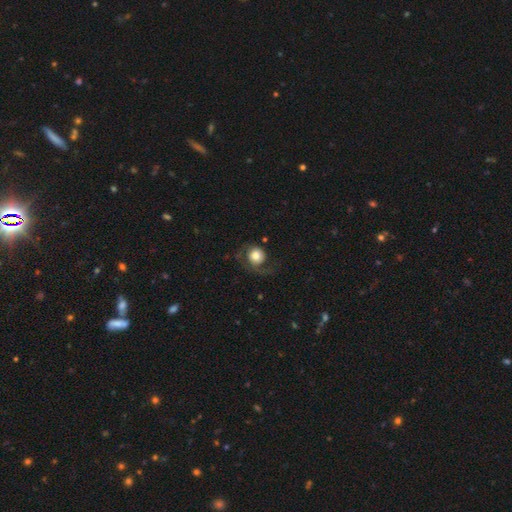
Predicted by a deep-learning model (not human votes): The model was most divided on "merging": none: 47%, major disturbance: 32%, minor disturbance: 19%, merger: 2%. More confident: how rounded — round (84%); smooth or featured — smooth (54%).